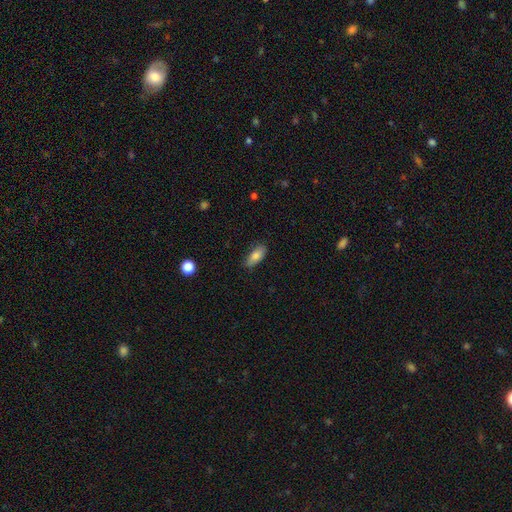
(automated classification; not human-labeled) Smooth or featured? Predicted: smooth (p=0.81). How rounded? Predicted: in between (p=0.82). Merging? Predicted: none (p=0.79).